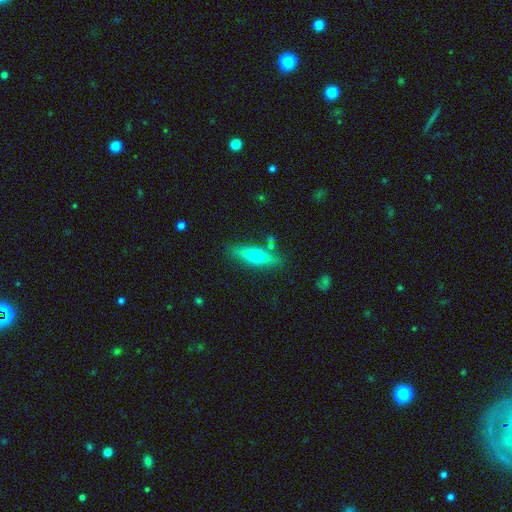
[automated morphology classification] smooth 51%, featured or disk 42%, star or artifact 7%. Down the decision tree: how rounded — cigar-shaped (71%); merging — none (83%).